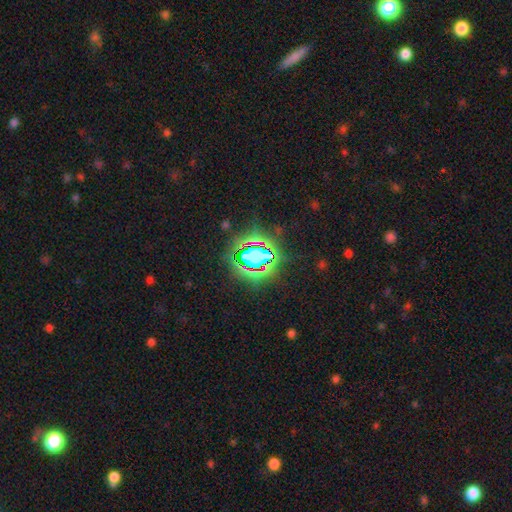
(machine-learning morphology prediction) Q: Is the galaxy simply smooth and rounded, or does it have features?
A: star or artifact — 70%.